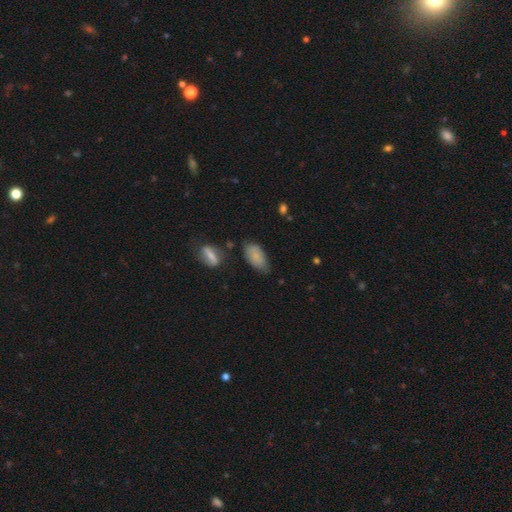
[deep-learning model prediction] A smooth galaxy with no disk features (79%) that is in between round and cigar-shaped (92%).

Vote fractions:
- Smooth or featured? smooth: 79% / featured or disk: 13% / star or artifact: 8%
- How rounded? in between: 92% / cigar-shaped: 4% / round: 4%
- Merging? none: 58% / minor disturbance: 31% / major disturbance: 7% / merger: 4%